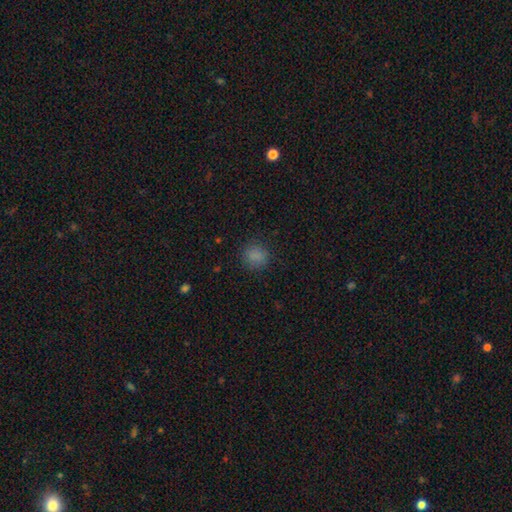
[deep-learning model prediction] Overall: smooth (82%). How rounded: round (81%). Merging: none (84%).